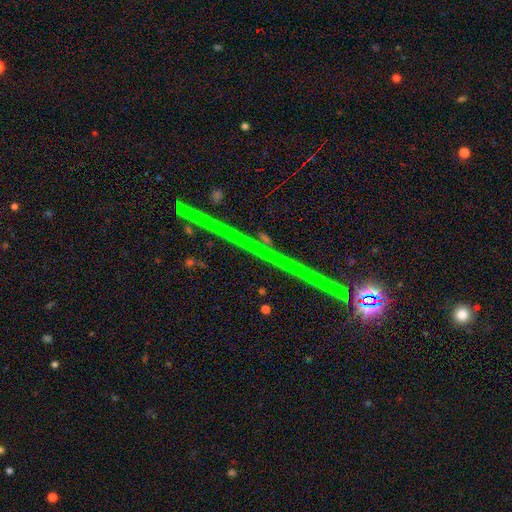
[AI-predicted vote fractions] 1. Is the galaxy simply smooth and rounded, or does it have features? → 83% star or artifact, 12% featured or disk, 6% smooth.